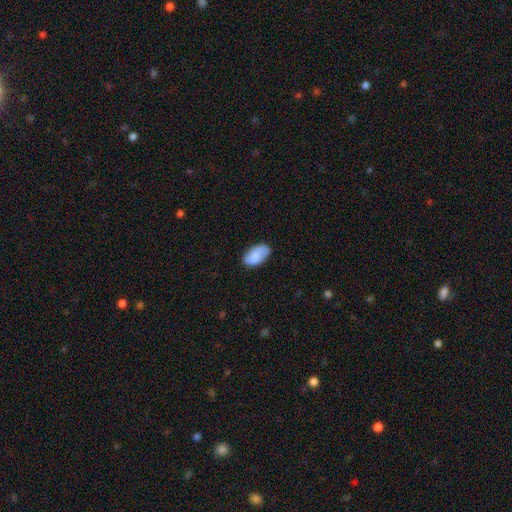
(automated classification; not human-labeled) The model was most divided on "smooth or featured": smooth: 73%, featured or disk: 20%, star or artifact: 7%. More confident: how rounded — in between (94%); merging — none (78%).